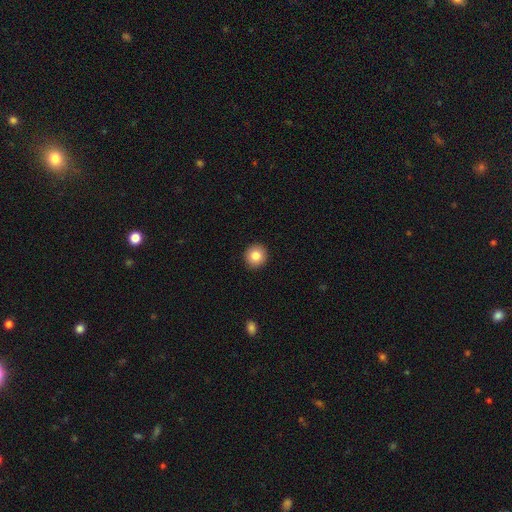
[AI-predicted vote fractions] This appears to be a smooth galaxy with no disk features (83%) that is round (92%). Merging: none (93%).